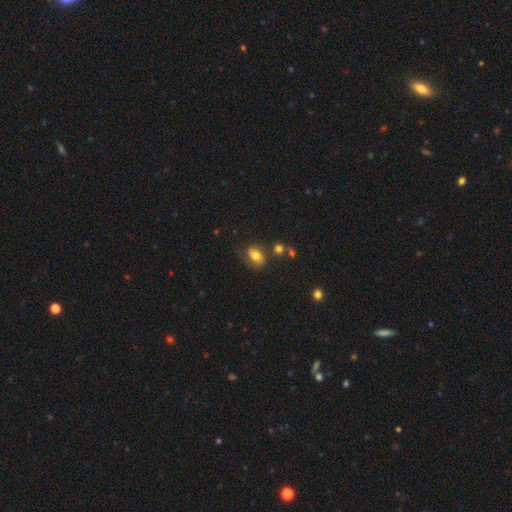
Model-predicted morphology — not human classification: Smooth or featured? Predicted: smooth (p=0.68). How rounded? Predicted: in between (p=0.75). Merging? Predicted: none (p=0.64).